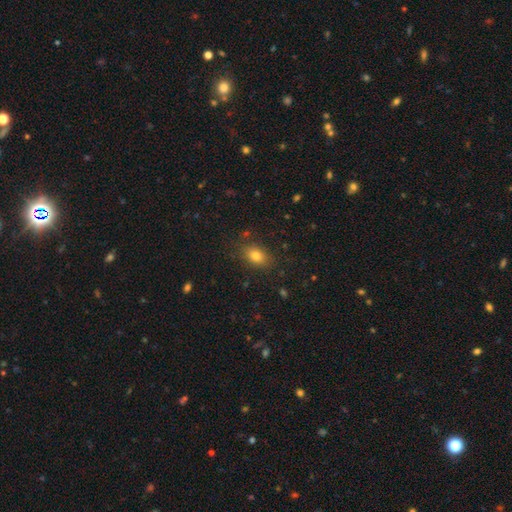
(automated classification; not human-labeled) A smooth galaxy with no disk features (80%) that is in between round and cigar-shaped (80%).

Vote fractions:
- Smooth or featured? smooth: 80% / star or artifact: 12% / featured or disk: 8%
- How rounded? in between: 80% / round: 18% / cigar-shaped: 2%
- Merging? none: 84% / minor disturbance: 11% / major disturbance: 3% / merger: 2%